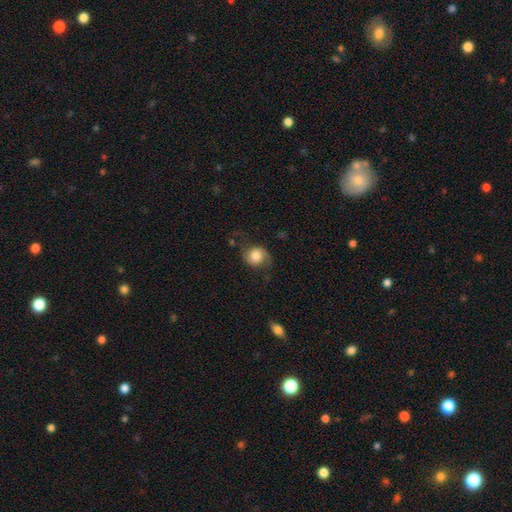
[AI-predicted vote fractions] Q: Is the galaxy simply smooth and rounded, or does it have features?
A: smooth — 58%.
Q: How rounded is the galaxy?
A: round — 70%.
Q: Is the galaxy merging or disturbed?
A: none — 56%.